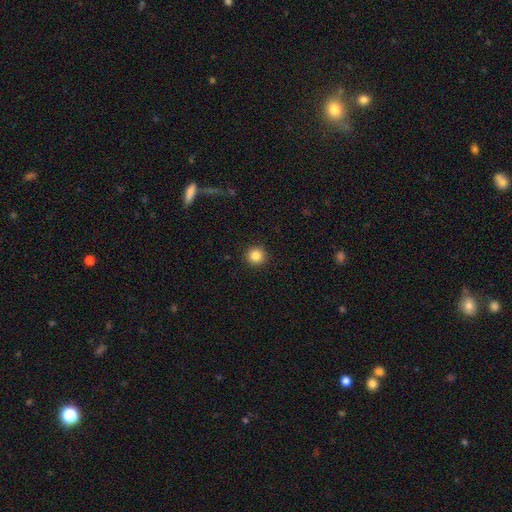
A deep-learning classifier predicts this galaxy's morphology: type=smooth (86%); roundness=round (95%); merging=none (93%).